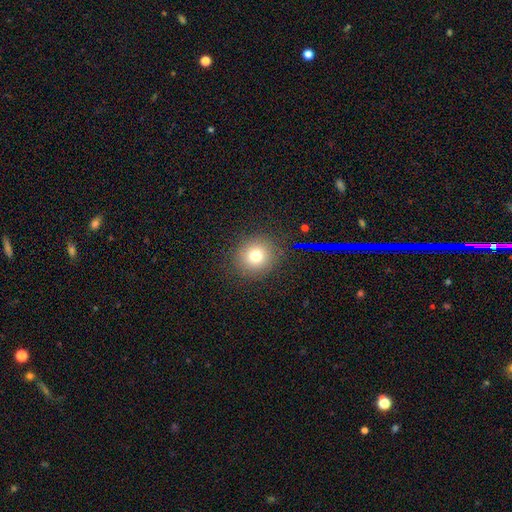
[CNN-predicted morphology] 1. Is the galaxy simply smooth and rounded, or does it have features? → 74% smooth, 16% star or artifact, 10% featured or disk.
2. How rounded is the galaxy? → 90% round, 9% in between, 1% cigar-shaped.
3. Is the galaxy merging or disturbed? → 87% none, 8% minor disturbance, 3% major disturbance, 2% merger.